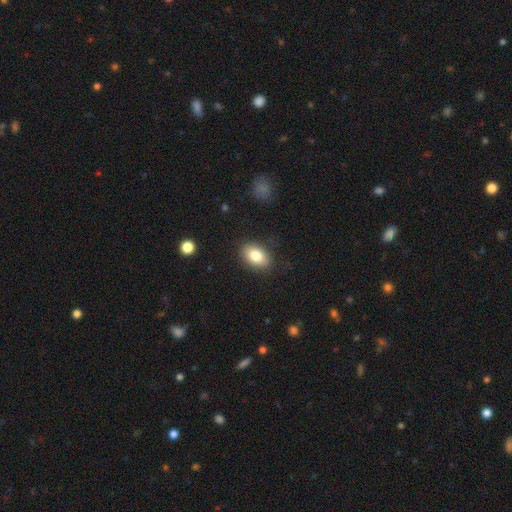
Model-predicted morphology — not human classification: smooth-or-featured: smooth: 83% | featured or disk: 10% | star or artifact: 8%
  how-rounded: in between: 87% | round: 12% | cigar-shaped: 1%
  merging: none: 86% | minor disturbance: 10% | major disturbance: 3% | merger: 1%